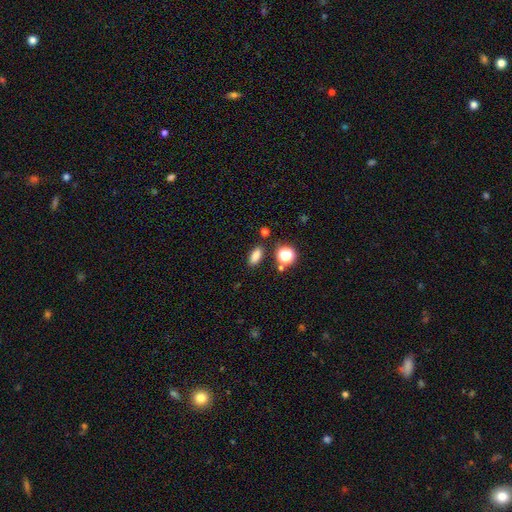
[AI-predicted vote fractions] smooth-or-featured: smooth: 81% | star or artifact: 14% | featured or disk: 5%
  how-rounded: in between: 79% | round: 11% | cigar-shaped: 10%
  merging: none: 84% | minor disturbance: 9% | merger: 4% | major disturbance: 3%